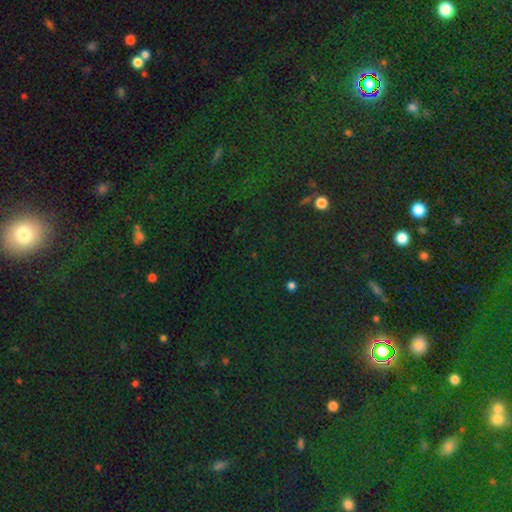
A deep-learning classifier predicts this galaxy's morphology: A star or artifact, not a galaxy (68%).